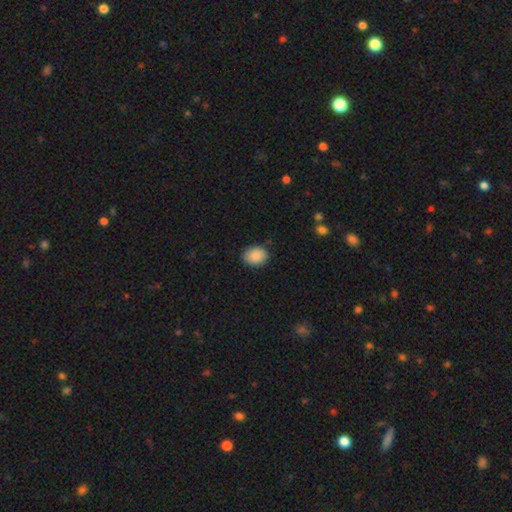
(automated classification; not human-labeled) The model was most divided on "how rounded": in between: 59%, round: 40%, cigar-shaped: 1%. More confident: smooth or featured — smooth (88%); merging — none (85%).